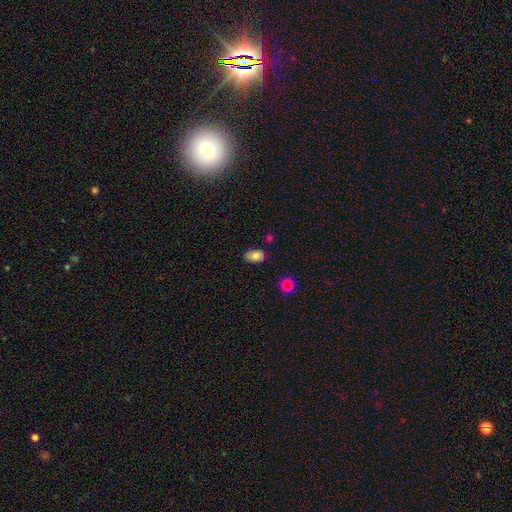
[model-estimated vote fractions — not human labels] Smooth or featured? Predicted: smooth (p=0.80). How rounded? Predicted: in between (p=0.90). Merging? Predicted: none (p=0.82).